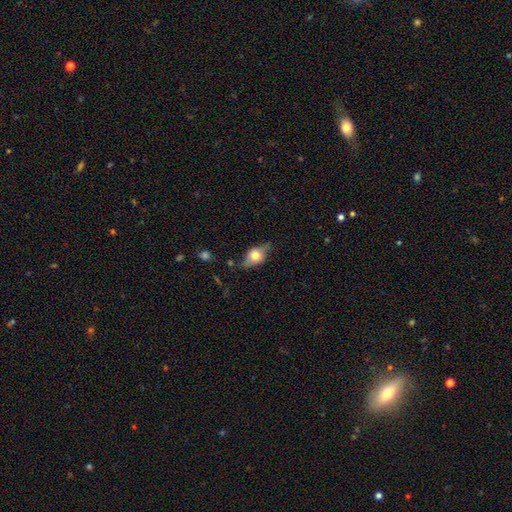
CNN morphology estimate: Overall: smooth (57%; featured or disk 35%). How rounded: in between (75%). Merging: none (66%).